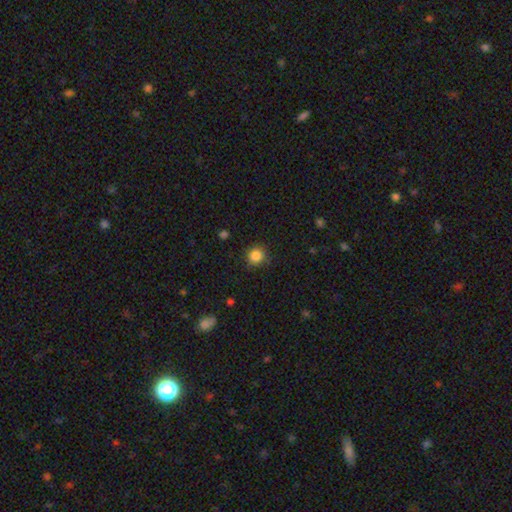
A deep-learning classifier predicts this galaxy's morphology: This is clearly a smooth galaxy (86%). How rounded: clearly round (92%). Merging: clearly none (88%).